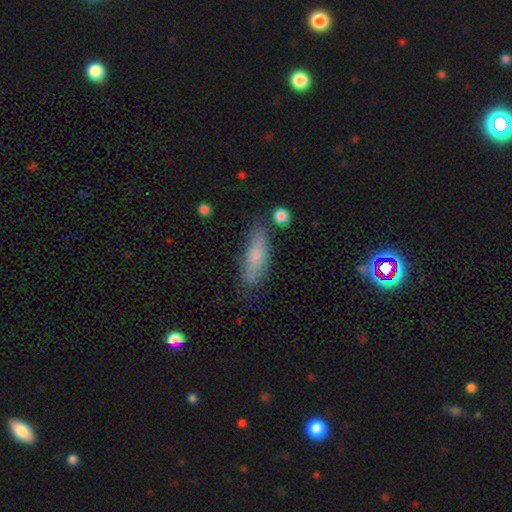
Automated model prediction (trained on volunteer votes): The model was most divided on "how rounded": cigar-shaped: 53%, in between: 45%, round: 2%. More confident: smooth or featured — smooth (75%); merging — none (68%).